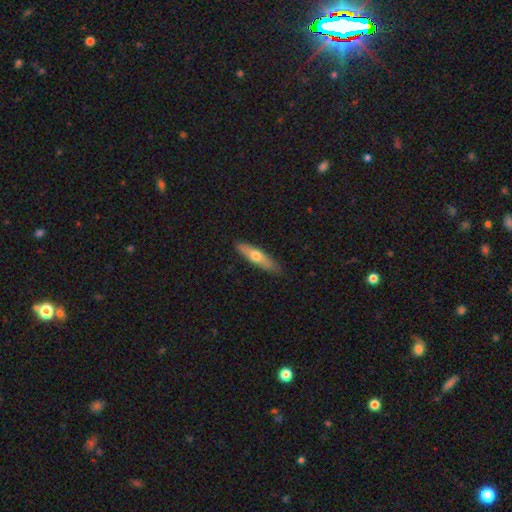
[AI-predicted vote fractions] Q: Smooth or featured?
A: smooth (55%); runner-up: featured or disk (40%)
Q: How rounded?
A: cigar-shaped (74%); runner-up: in between (24%)
Q: Merging?
A: none (84%); runner-up: minor disturbance (13%)